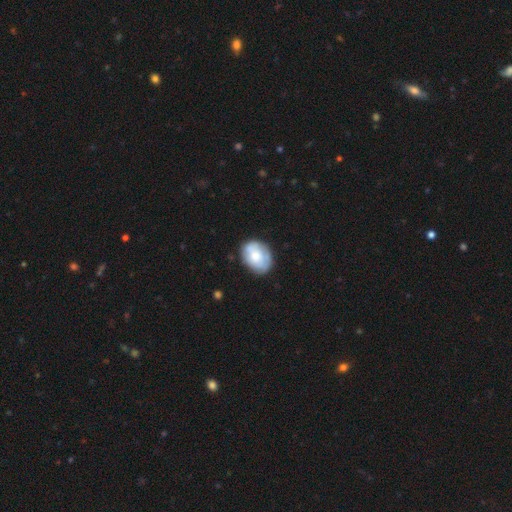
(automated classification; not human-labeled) smooth 60%, featured or disk 33%, star or artifact 6%. Down the decision tree: how rounded — in between (62%); merging — none (70%).